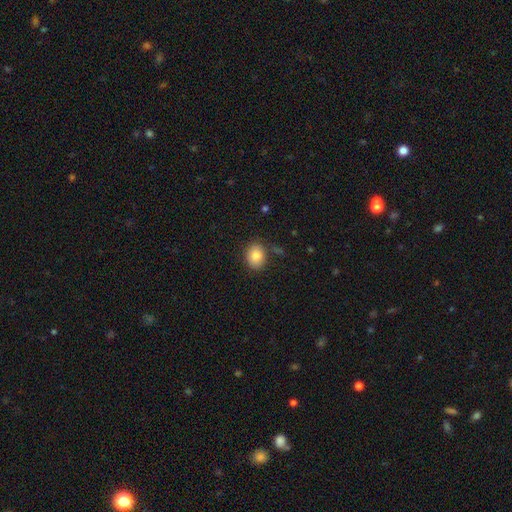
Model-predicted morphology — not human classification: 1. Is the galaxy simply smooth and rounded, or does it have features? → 85% smooth, 8% star or artifact, 6% featured or disk.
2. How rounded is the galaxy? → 56% in between, 43% round, 1% cigar-shaped.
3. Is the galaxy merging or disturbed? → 82% none, 11% minor disturbance, 3% major disturbance, 3% merger.